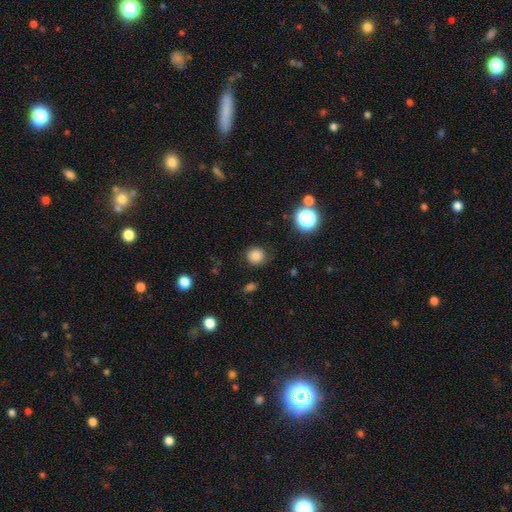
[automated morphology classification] Smooth or featured? smooth (80%)
How rounded? round (91%)
Merging? none (79%)